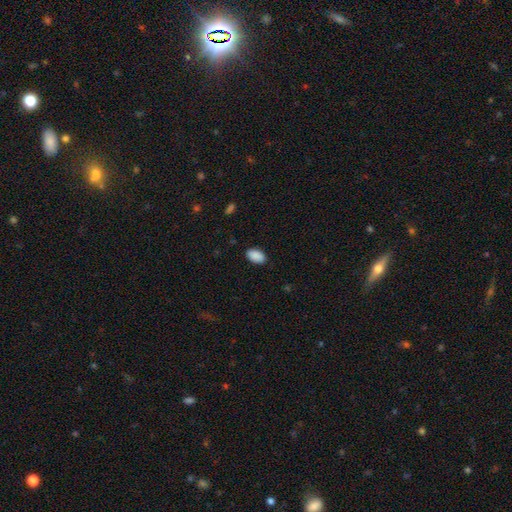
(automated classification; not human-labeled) Overall: smooth (90%). How rounded: in between (93%). Merging: none (87%).